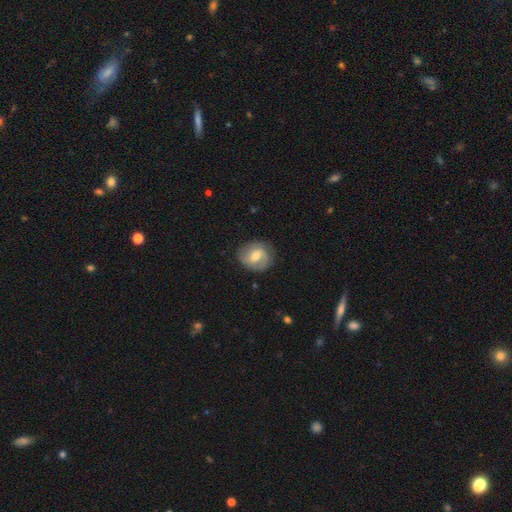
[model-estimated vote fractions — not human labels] Smooth or featured? Predicted: featured or disk (p=0.58). Edge-on disk? Predicted: no (p=0.97). Bar? Predicted: weak (p=0.53). Spiral arms? Predicted: yes (p=0.82). Bulge size? Predicted: moderate (p=0.66). Merging? Predicted: none (p=0.80).